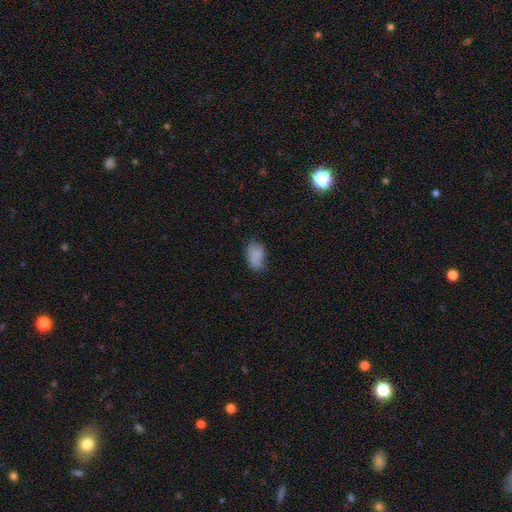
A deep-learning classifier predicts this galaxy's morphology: This is clearly a smooth galaxy (82%). How rounded: clearly in between (91%). Merging: likely none (60%).